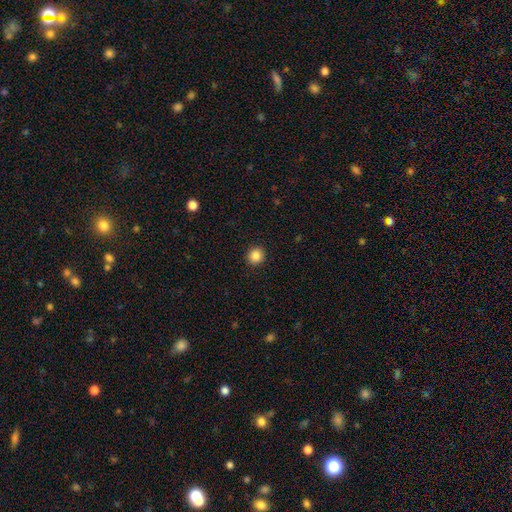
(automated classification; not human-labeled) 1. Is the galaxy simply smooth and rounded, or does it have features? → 86% smooth, 10% star or artifact, 4% featured or disk.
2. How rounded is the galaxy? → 92% round, 7% in between, 1% cigar-shaped.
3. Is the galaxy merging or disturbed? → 92% none, 5% minor disturbance, 2% major disturbance, 1% merger.